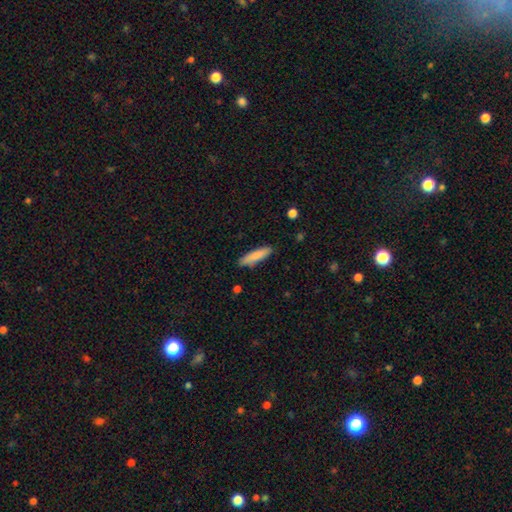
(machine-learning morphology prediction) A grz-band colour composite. It shows a smooth galaxy with no disk features (84%) that is cigar-shaped (74%). Merging: none (86%).